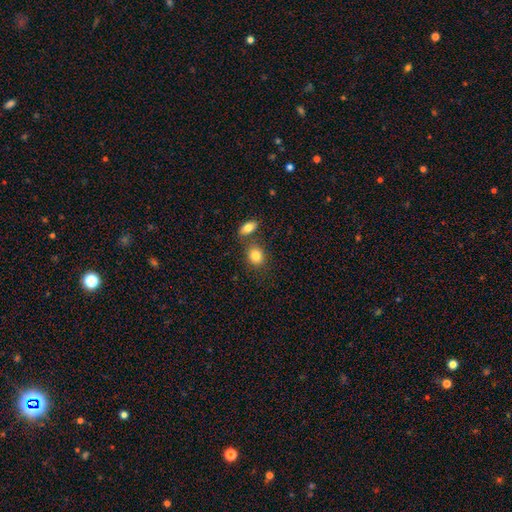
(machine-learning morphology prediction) The model was most divided on "how rounded": round: 57%, in between: 41%, cigar-shaped: 1%. More confident: smooth or featured — smooth (84%); merging — none (65%).